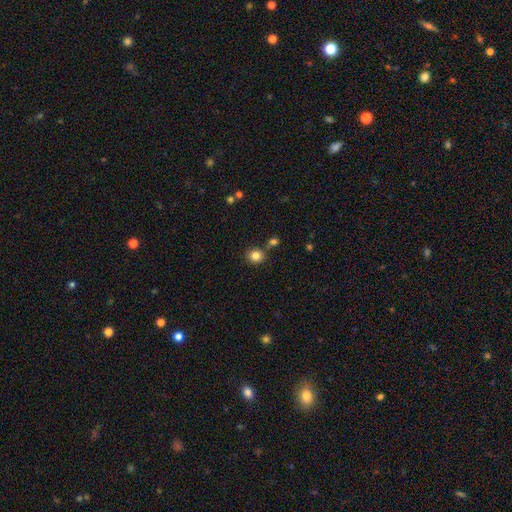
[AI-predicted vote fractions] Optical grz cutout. It shows a smooth galaxy with no disk features (83%) that is round (88%). Merging: none (77%).